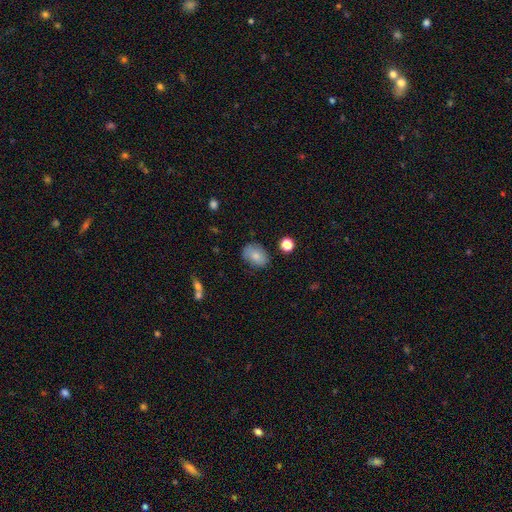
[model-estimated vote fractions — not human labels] Morphology: type=smooth (78%); roundness=in between (73%); merging=none (73%).